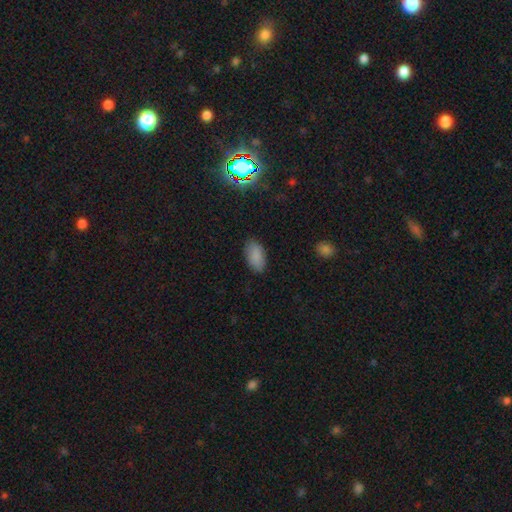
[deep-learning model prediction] A smooth galaxy with no disk features (87%) that is in between round and cigar-shaped (94%).

Vote fractions:
- Smooth or featured? smooth: 87% / star or artifact: 8% / featured or disk: 6%
- How rounded? in between: 94% / round: 3% / cigar-shaped: 3%
- Merging? none: 84% / minor disturbance: 12% / major disturbance: 3% / merger: 1%